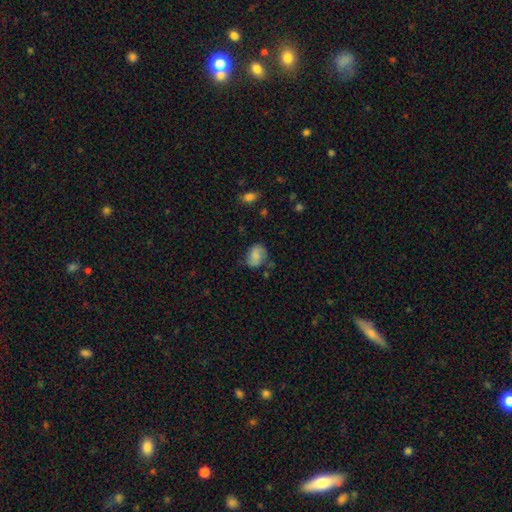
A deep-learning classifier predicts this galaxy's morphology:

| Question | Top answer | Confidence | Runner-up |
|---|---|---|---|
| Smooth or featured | smooth | 72% | featured or disk (19%) |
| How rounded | in between | 70% | round (29%) |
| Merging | none | 60% | minor disturbance (28%) |